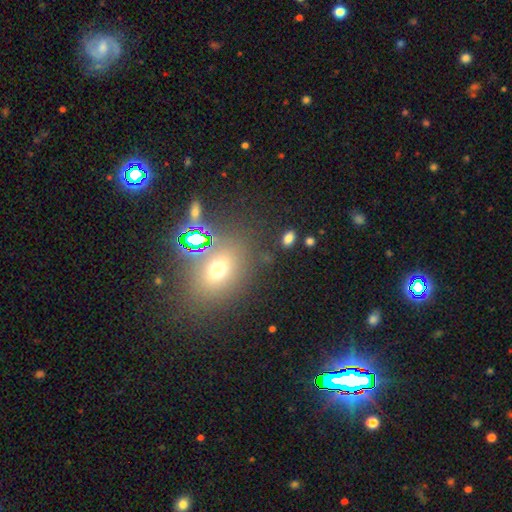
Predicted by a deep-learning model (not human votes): The model was most divided on "smooth or featured": smooth: 47%, star or artifact: 36%, featured or disk: 16%. More confident: merging — none (68%).